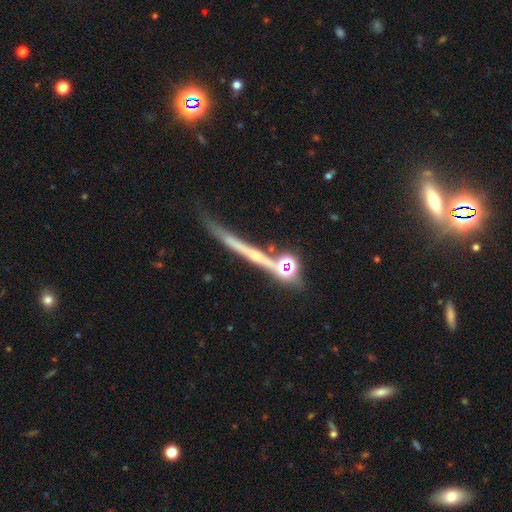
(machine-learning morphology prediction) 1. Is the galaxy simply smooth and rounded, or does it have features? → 56% featured or disk, 27% smooth, 17% star or artifact.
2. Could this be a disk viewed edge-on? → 88% yes, 12% no.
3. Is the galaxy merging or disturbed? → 57% none, 17% minor disturbance, 15% merger, 10% major disturbance.